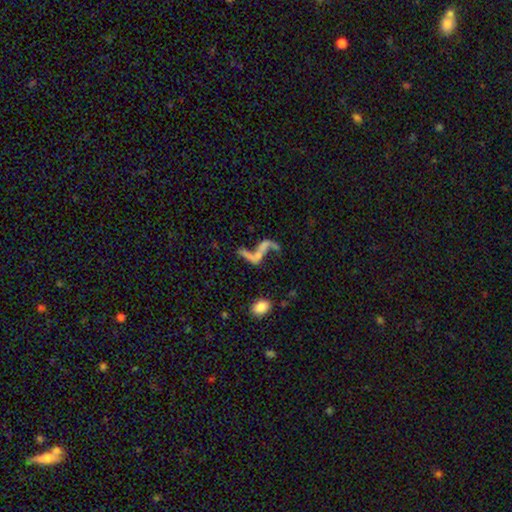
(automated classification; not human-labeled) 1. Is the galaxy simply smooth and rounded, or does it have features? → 69% featured or disk, 19% smooth, 12% star or artifact.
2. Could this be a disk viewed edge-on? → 91% no, 9% yes.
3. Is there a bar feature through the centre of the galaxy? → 60% no, 23% weak, 17% strong.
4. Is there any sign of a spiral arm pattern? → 69% yes, 31% no.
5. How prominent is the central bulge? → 47% none, 35% small, 13% moderate, 3% large, 2% dominant.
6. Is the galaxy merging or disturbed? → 32% none, 29% merger, 25% major disturbance, 13% minor disturbance.